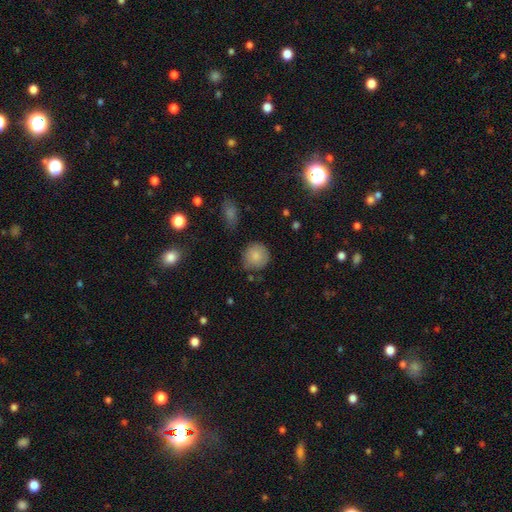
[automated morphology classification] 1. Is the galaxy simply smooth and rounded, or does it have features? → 82% smooth, 10% featured or disk, 8% star or artifact.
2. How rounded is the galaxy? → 91% round, 8% in between, 1% cigar-shaped.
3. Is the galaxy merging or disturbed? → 77% none, 17% minor disturbance, 3% major disturbance, 3% merger.